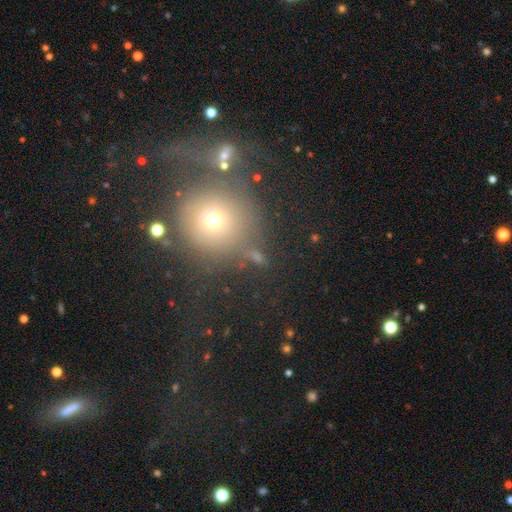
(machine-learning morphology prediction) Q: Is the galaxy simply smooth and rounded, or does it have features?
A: smooth — 53%.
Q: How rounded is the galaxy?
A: round — 83%.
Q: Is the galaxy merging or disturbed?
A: none — 70%.